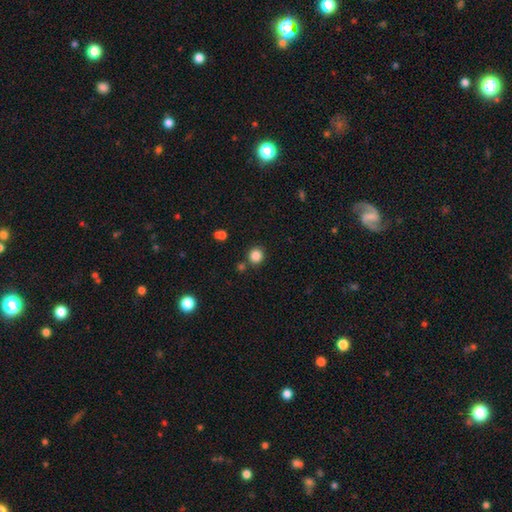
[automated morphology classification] smooth_or_featured: smooth (p=0.85) [alt: star or artifact p=0.11]
how_rounded: round (p=0.90) [alt: in between p=0.09]
merging: none (p=0.82) [alt: minor disturbance p=0.08]